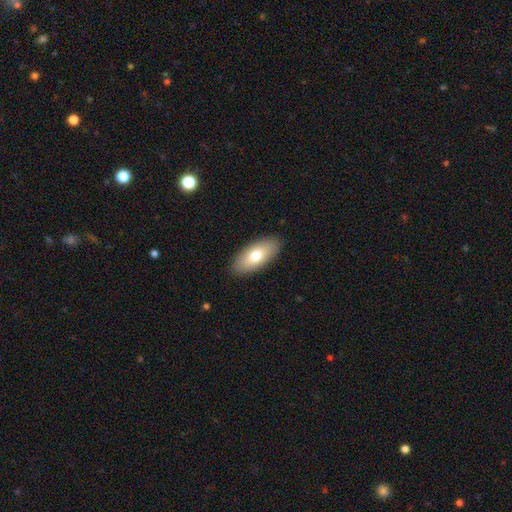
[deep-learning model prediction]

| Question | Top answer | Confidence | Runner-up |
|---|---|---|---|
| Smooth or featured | smooth | 74% | featured or disk (19%) |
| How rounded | in between | 88% | cigar-shaped (9%) |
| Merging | none | 88% | minor disturbance (9%) |